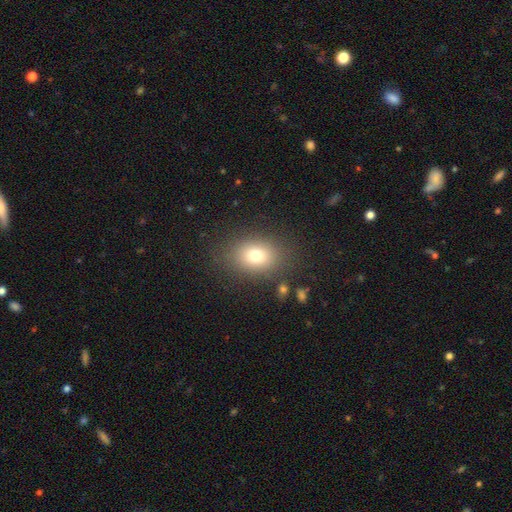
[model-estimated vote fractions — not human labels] Smooth or featured?
  - smooth: 75% *
  - star or artifact: 13%
  - featured or disk: 12%
How rounded?
  - in between: 62% *
  - round: 37%
  - cigar-shaped: 1%
Merging?
  - none: 82% *
  - minor disturbance: 11%
  - major disturbance: 5%
  - merger: 2%